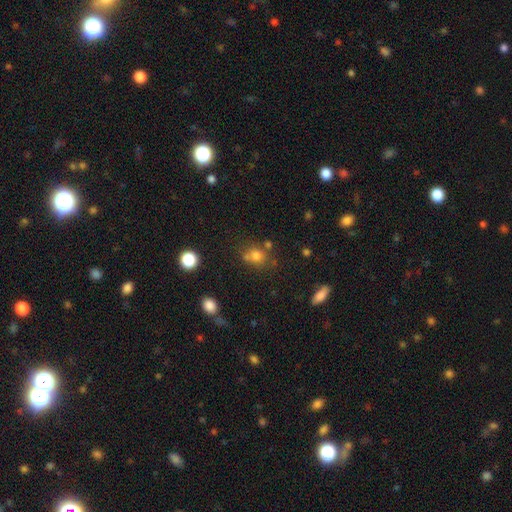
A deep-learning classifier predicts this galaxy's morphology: Smooth or featured? smooth (72%)
How rounded? round (73%)
Merging? none (58%)